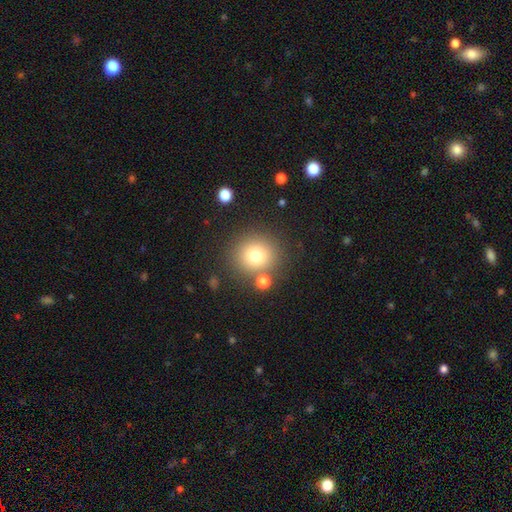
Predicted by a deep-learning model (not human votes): A smooth galaxy with no disk features (75%) that is round (91%). Merging: none (79%).